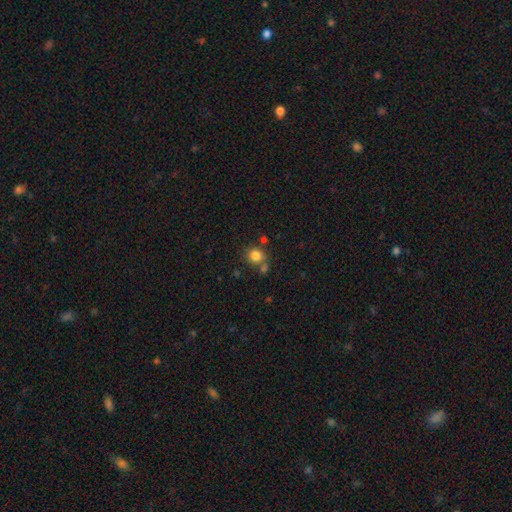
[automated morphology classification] A smooth galaxy with no disk features (82%) that is round (84%).

Vote fractions:
- Smooth or featured? smooth: 82% / star or artifact: 12% / featured or disk: 6%
- How rounded? round: 84% / in between: 15% / cigar-shaped: 1%
- Merging? none: 65% / merger: 19% / minor disturbance: 11% / major disturbance: 4%